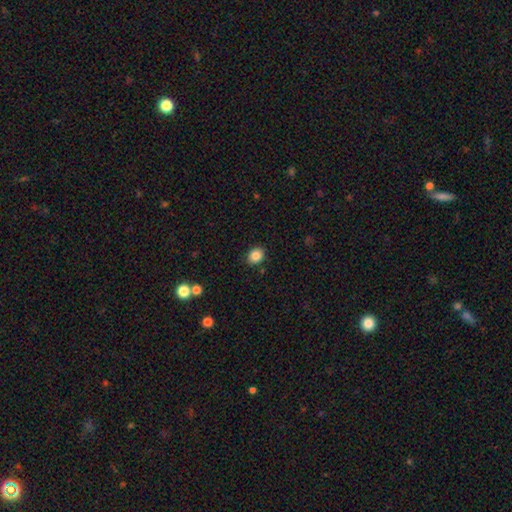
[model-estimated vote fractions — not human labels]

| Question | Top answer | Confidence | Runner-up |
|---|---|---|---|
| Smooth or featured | smooth | 85% | star or artifact (10%) |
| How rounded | round | 56% | in between (43%) |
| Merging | none | 88% | minor disturbance (8%) |